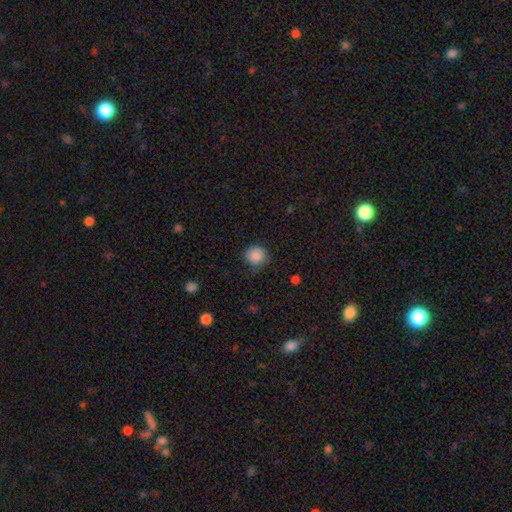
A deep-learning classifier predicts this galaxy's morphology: Smooth or featured?
  - smooth: 87% *
  - star or artifact: 9%
  - featured or disk: 4%
How rounded?
  - round: 89% *
  - in between: 10%
  - cigar-shaped: 1%
Merging?
  - none: 76% *
  - minor disturbance: 19%
  - major disturbance: 4%
  - merger: 1%